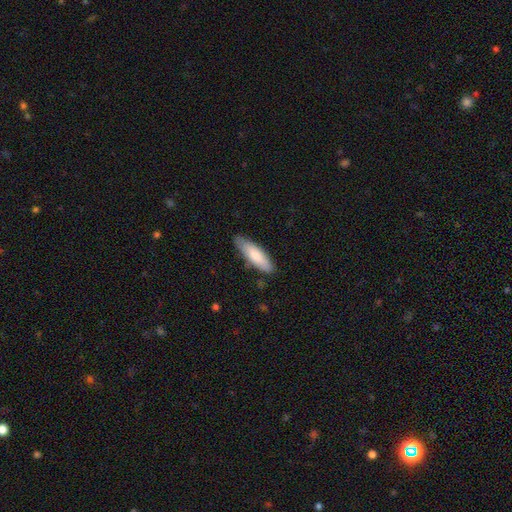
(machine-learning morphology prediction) The model was most divided on "how rounded": cigar-shaped: 54%, in between: 44%, round: 1%. More confident: smooth or featured — smooth (81%); merging — none (80%).